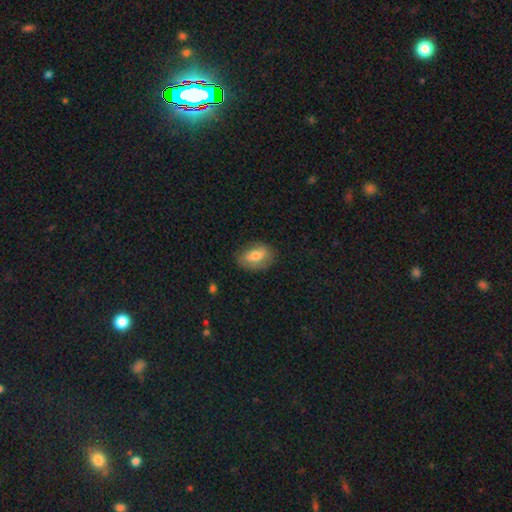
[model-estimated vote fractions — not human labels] A smooth galaxy with no disk features (66%) that is in between round and cigar-shaped (85%).

Vote fractions:
- Smooth or featured? smooth: 66% / featured or disk: 27% / star or artifact: 7%
- How rounded? in between: 85% / round: 12% / cigar-shaped: 3%
- Merging? none: 76% / minor disturbance: 18% / major disturbance: 4% / merger: 1%